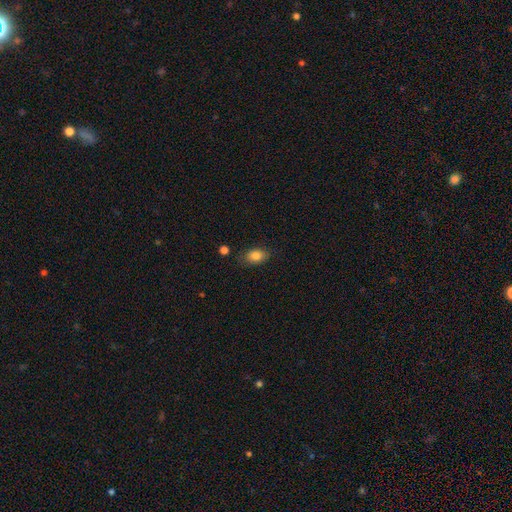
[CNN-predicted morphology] smooth_or_featured: smooth (p=0.84) [alt: star or artifact p=0.09]
how_rounded: in between (p=0.84) [alt: round p=0.14]
merging: none (p=0.79) [alt: minor disturbance p=0.15]